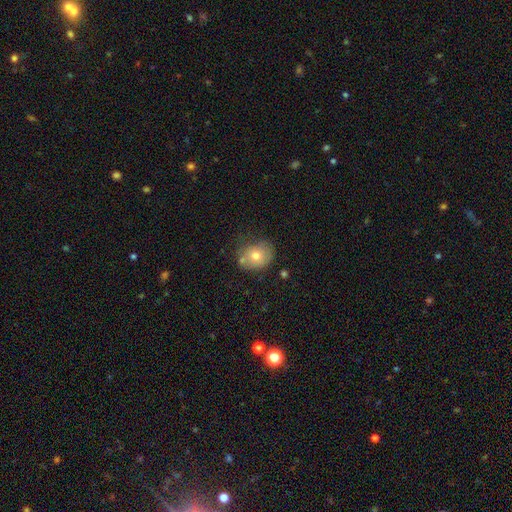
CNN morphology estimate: Smooth or featured?
  - smooth: 71% *
  - featured or disk: 19%
  - star or artifact: 10%
How rounded?
  - round: 58% *
  - in between: 41%
  - cigar-shaped: 1%
Merging?
  - none: 61% *
  - minor disturbance: 23%
  - merger: 10%
  - major disturbance: 6%